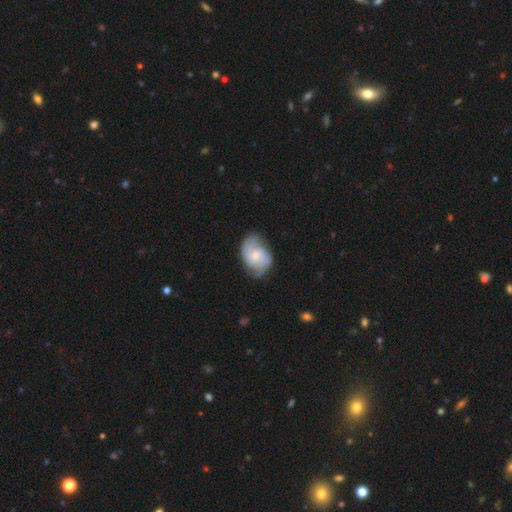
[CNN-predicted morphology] Smooth or featured?
  - featured or disk: 65% *
  - smooth: 29%
  - star or artifact: 6%
Edge-on disk?
  - no: 97% *
  - yes: 3%
Bar?
  - no: 66% *
  - weak: 30%
  - strong: 4%
Spiral arms?
  - yes: 91% *
  - no: 9%
Spiral winding?
  - medium: 46% *
  - tight: 30%
  - loose: 24%
Spiral arm count?
  - 2: 72% *
  - can't tell: 14%
  - 3: 7%
  - 1: 3%
  - 4: 2%
  - more than 4: 2%
Bulge size?
  - small: 54% *
  - moderate: 36%
  - none: 5%
  - large: 3%
  - dominant: 1%
Merging?
  - none: 67% *
  - minor disturbance: 23%
  - major disturbance: 8%
  - merger: 2%